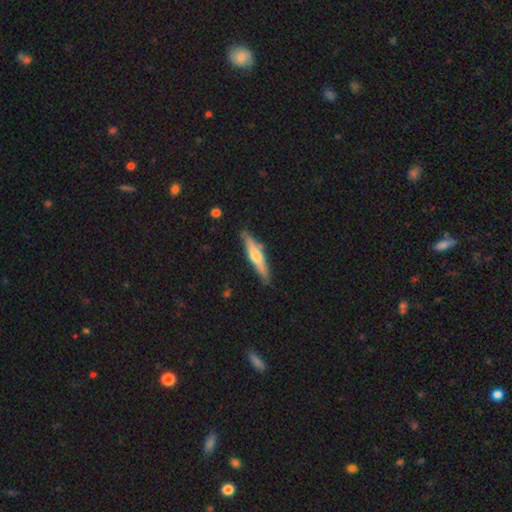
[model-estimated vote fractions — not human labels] Smooth or featured? Predicted: featured or disk (p=0.49). Merging? Predicted: none (p=0.83).